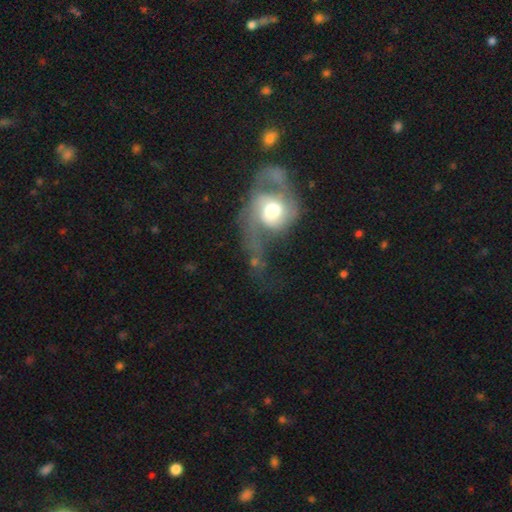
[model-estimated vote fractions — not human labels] This appears to be a featured or disk galaxy (71%) with no bar (71%), 2 (55%) loose (53%) spiral arms (80%) and a moderate central bulge (56%). Merging: major disturbance (50%).